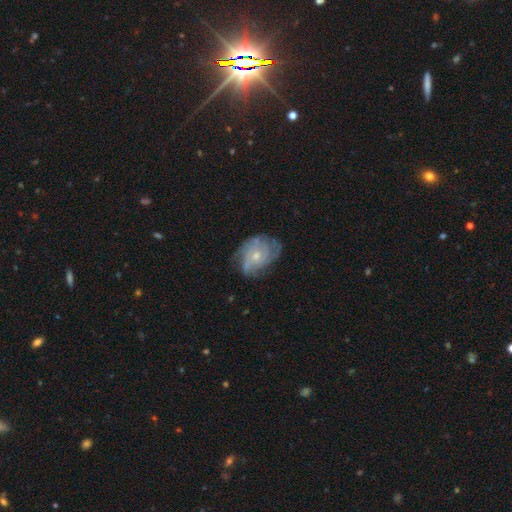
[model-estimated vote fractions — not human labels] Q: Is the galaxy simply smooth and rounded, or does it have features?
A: featured or disk — 71%.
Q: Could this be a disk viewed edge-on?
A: no — 97%.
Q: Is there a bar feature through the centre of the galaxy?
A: no — 78%.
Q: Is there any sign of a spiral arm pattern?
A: yes — 83%.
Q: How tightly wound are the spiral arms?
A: tight — 51%.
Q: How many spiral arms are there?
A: can't tell — 46%.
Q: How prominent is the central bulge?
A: small — 52%.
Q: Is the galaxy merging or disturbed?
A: none — 61%.